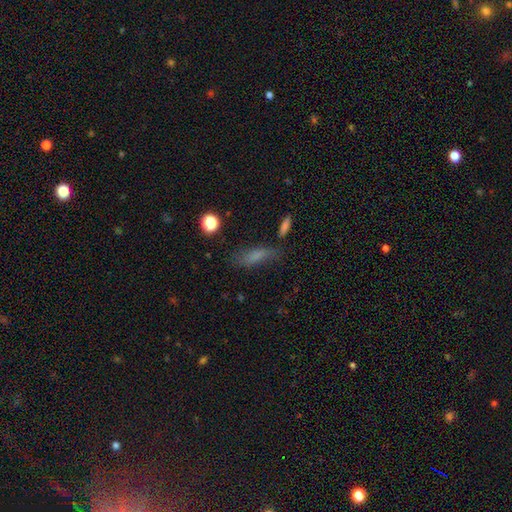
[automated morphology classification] Q: Smooth or featured?
A: smooth (68%); runner-up: featured or disk (17%)
Q: How rounded?
A: in between (53%); runner-up: cigar-shaped (43%)
Q: Merging?
A: none (61%); runner-up: minor disturbance (22%)